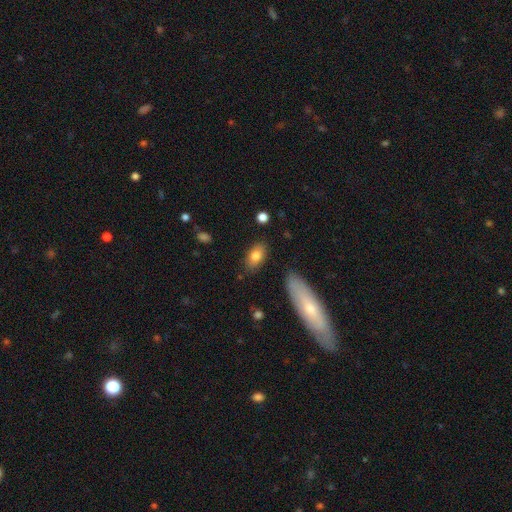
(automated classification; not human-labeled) This appears to be a smooth galaxy with no disk features (79%) that is in between round and cigar-shaped (90%). Merging: none (83%).